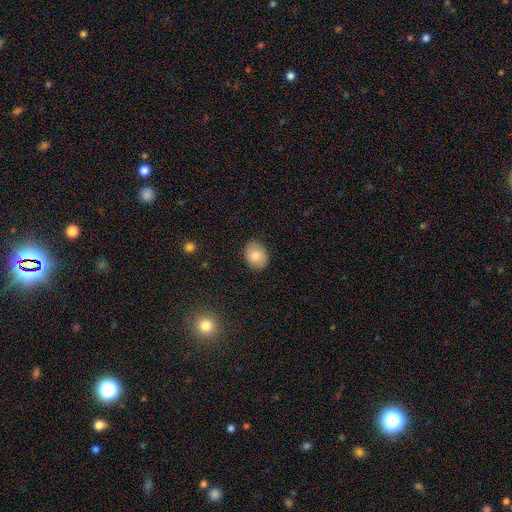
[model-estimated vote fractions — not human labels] Smooth or featured? Predicted: smooth (p=0.78). How rounded? Predicted: in between (p=0.60). Merging? Predicted: none (p=0.88).